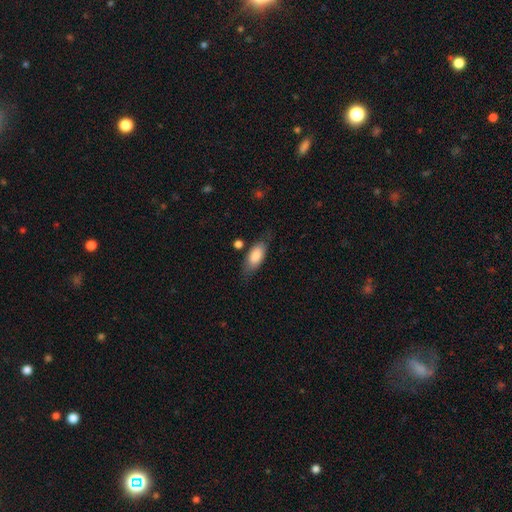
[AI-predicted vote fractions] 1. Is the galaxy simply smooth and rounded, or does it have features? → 82% smooth, 12% featured or disk, 6% star or artifact.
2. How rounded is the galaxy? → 84% in between, 14% cigar-shaped, 3% round.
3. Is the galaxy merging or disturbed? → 69% none, 20% minor disturbance, 6% major disturbance, 5% merger.